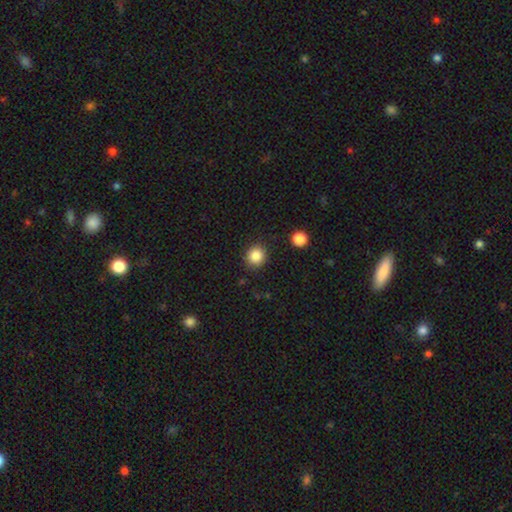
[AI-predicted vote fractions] Smooth or featured?
  - smooth: 85% *
  - star or artifact: 10%
  - featured or disk: 4%
How rounded?
  - round: 88% *
  - in between: 11%
  - cigar-shaped: 1%
Merging?
  - none: 88% *
  - minor disturbance: 7%
  - major disturbance: 2%
  - merger: 2%